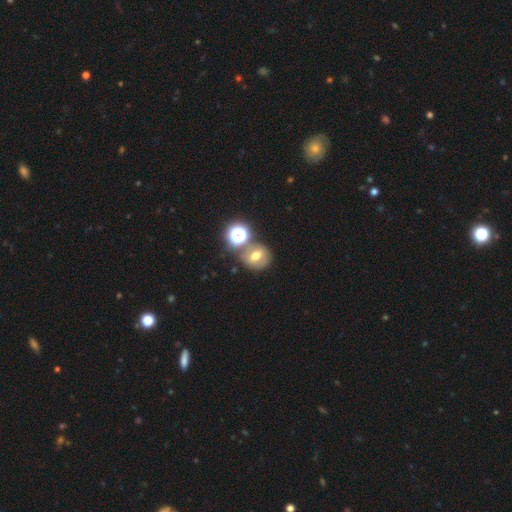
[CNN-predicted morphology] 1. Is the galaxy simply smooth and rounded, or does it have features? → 50% smooth, 28% featured or disk, 22% star or artifact.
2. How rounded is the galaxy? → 72% round, 27% in between, 1% cigar-shaped.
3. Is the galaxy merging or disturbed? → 61% none, 21% merger, 13% minor disturbance, 5% major disturbance.